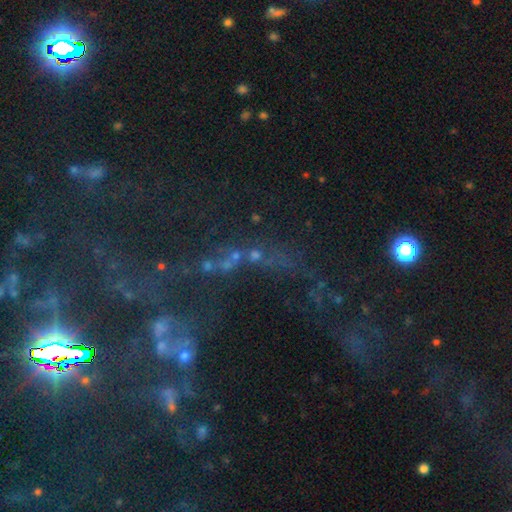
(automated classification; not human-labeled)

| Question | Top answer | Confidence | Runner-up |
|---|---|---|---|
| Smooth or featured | star or artifact | 47% | featured or disk (27%) |